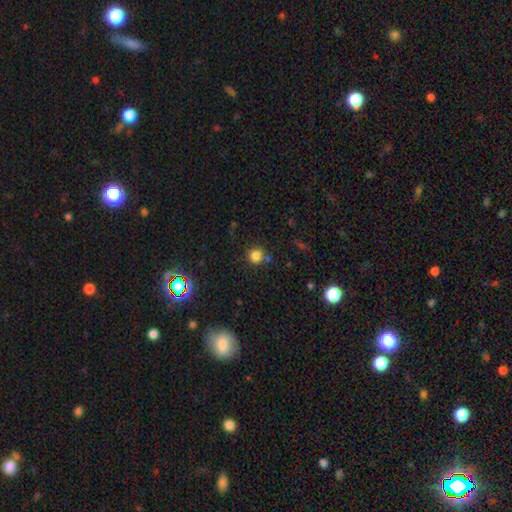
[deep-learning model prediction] Smooth or featured? Predicted: smooth (p=0.80). How rounded? Predicted: round (p=0.93). Merging? Predicted: none (p=0.77).